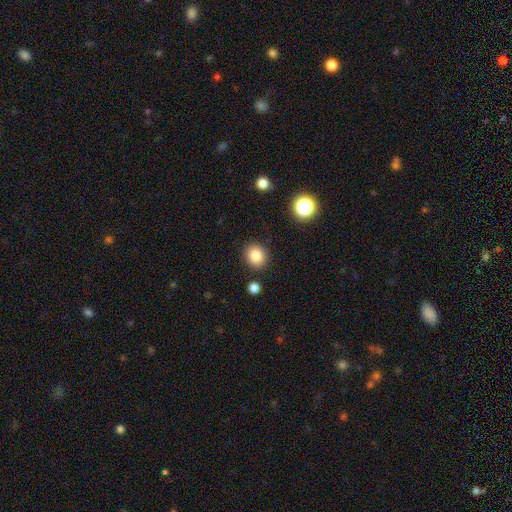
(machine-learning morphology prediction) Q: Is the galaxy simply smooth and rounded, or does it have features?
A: smooth — 84%.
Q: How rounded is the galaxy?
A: round — 77%.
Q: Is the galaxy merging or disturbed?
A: none — 88%.